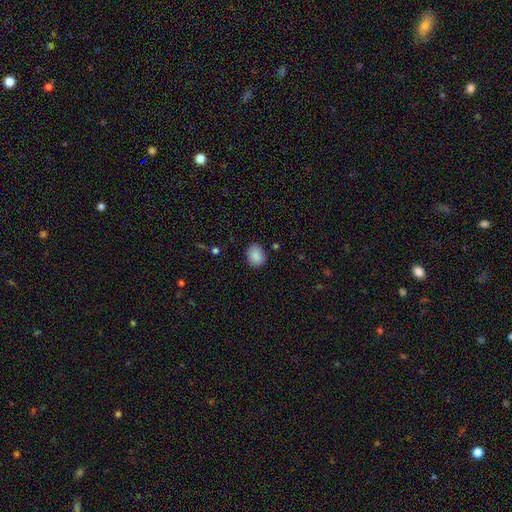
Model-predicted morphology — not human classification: type=smooth (88%); roundness=round (51%); merging=none (82%).